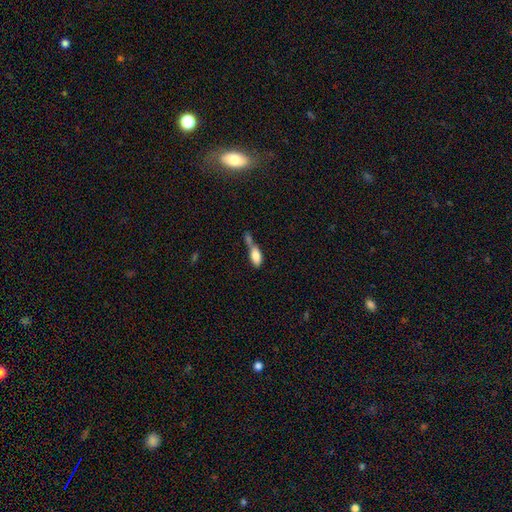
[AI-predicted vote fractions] This appears to be a smooth galaxy with no disk features (80%) that is in between round and cigar-shaped (85%). Merging: merger (52%).